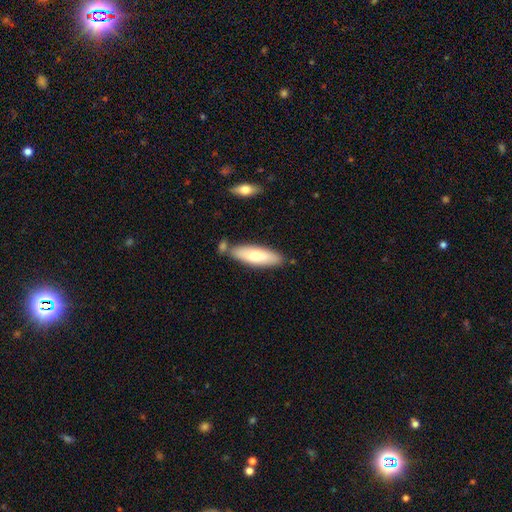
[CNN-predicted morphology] Smooth or featured? Predicted: smooth (p=0.73). How rounded? Predicted: cigar-shaped (p=0.55). Merging? Predicted: none (p=0.74).